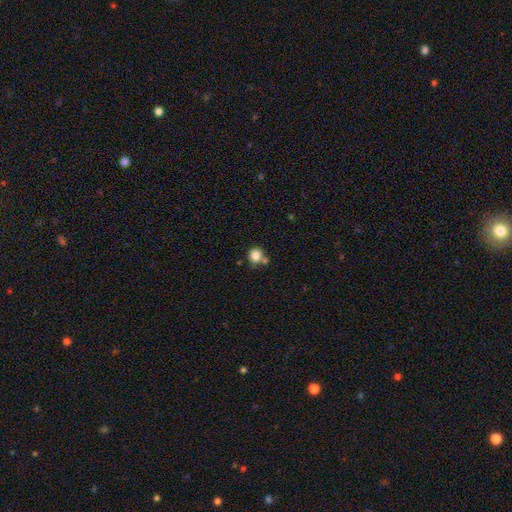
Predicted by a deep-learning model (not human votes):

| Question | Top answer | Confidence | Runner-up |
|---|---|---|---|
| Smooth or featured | smooth | 84% | star or artifact (10%) |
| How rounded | round | 89% | in between (10%) |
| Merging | none | 65% | merger (19%) |